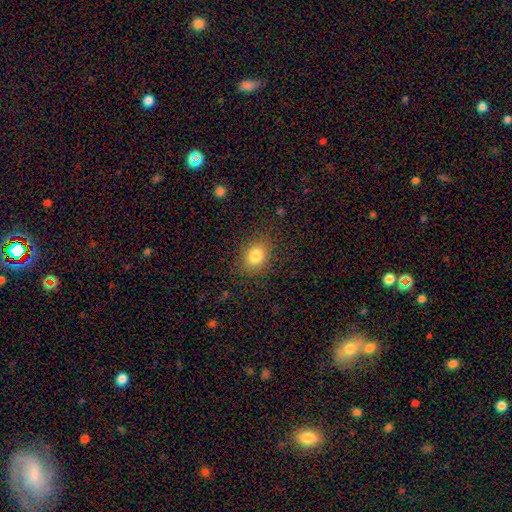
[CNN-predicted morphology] A smooth galaxy with no disk features (82%) that is in between round and cigar-shaped (53%). Merging: none (84%).